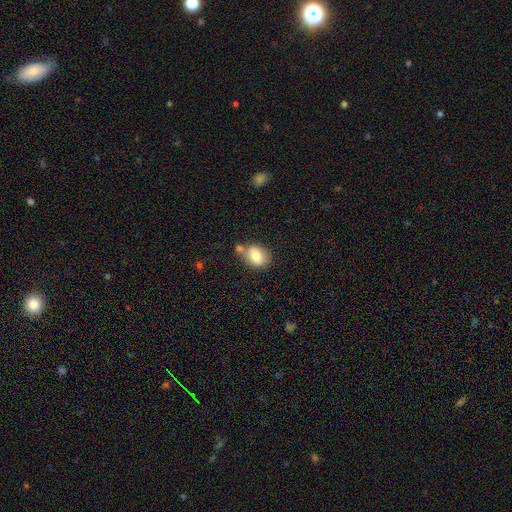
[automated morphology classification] smooth_or_featured: smooth (p=0.75) [alt: featured or disk p=0.17]
how_rounded: in between (p=0.68) [alt: round p=0.30]
merging: none (p=0.57) [alt: merger p=0.21]